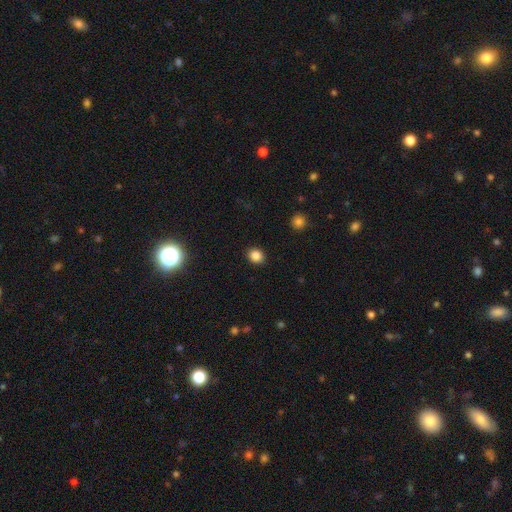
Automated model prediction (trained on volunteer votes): This appears to be a smooth galaxy with no disk features (85%) that is round (61%). Merging: none (90%).